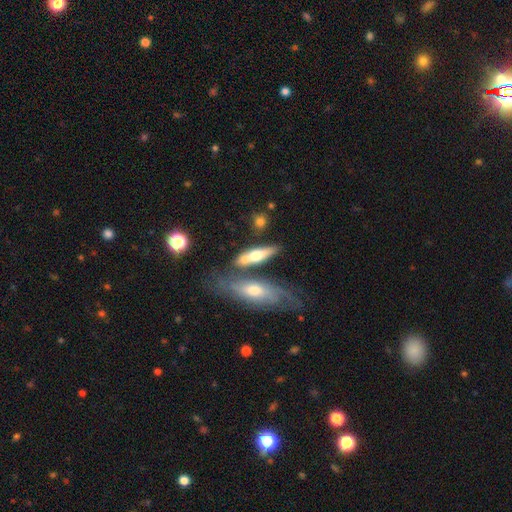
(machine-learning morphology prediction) The model was most divided on "smooth or featured": smooth: 49%, featured or disk: 44%, star or artifact: 7%. Remaining: merging — none (46%).